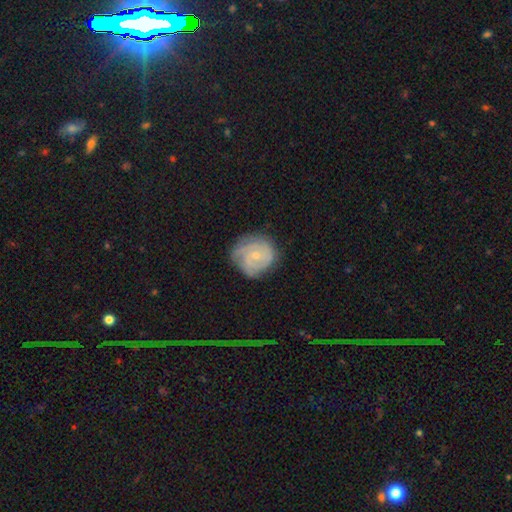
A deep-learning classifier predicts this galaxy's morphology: smooth_or_featured: featured or disk (p=0.69) [alt: smooth p=0.24]
disk_edge_on: no (p=0.98) [alt: yes p=0.02]
bar: no (p=0.74) [alt: weak p=0.23]
has_spiral_arms: yes (p=0.91) [alt: no p=0.09]
spiral_winding: tight (p=0.68) [alt: medium p=0.25]
spiral_arm_count: can't tell (p=0.32) [alt: 2 p=0.26]
bulge_size: small (p=0.69) [alt: moderate p=0.26]
merging: none (p=0.69) [alt: minor disturbance p=0.22]